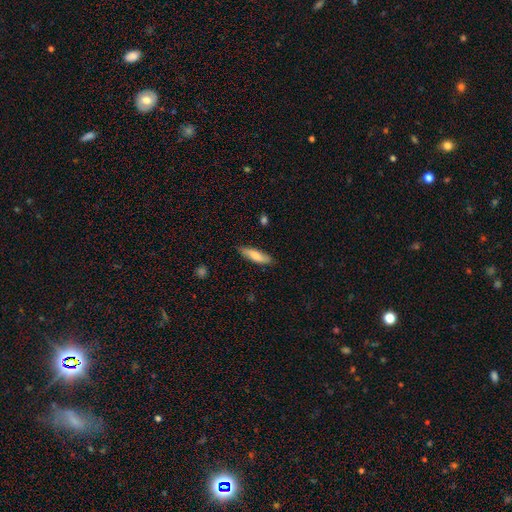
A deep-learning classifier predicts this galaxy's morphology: A smooth galaxy with no disk features (74%) that is cigar-shaped (58%). Merging: none (81%).